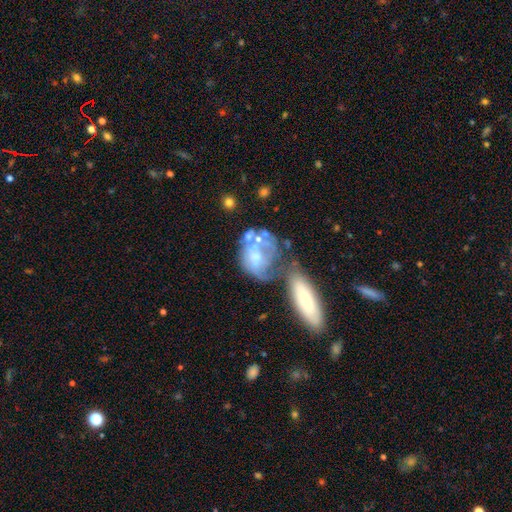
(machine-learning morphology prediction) Smooth or featured?
  - featured or disk: 55% *
  - smooth: 35%
  - star or artifact: 10%
Edge-on disk?
  - no: 96% *
  - yes: 4%
Bar?
  - no: 83% *
  - weak: 14%
  - strong: 3%
Spiral arms?
  - no: 73% *
  - yes: 27%
Bulge size?
  - small: 36% *
  - moderate: 30%
  - none: 28%
  - large: 5%
  - dominant: 2%
Merging?
  - merger: 40% *
  - major disturbance: 23%
  - none: 23%
  - minor disturbance: 15%